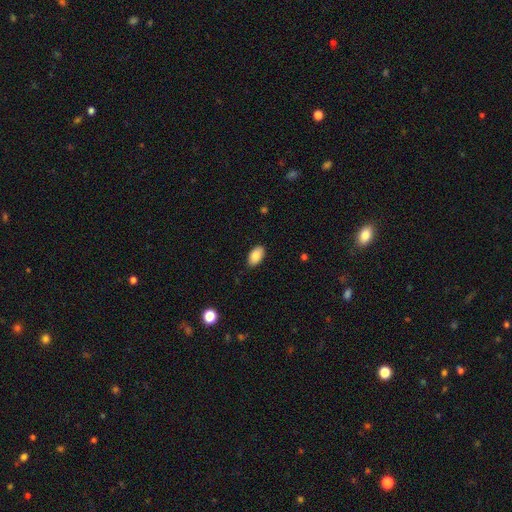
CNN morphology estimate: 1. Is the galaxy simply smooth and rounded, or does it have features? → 86% smooth, 7% star or artifact, 7% featured or disk.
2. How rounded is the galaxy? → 94% in between, 4% round, 2% cigar-shaped.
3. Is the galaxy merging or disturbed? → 87% none, 10% minor disturbance, 2% major disturbance, 1% merger.